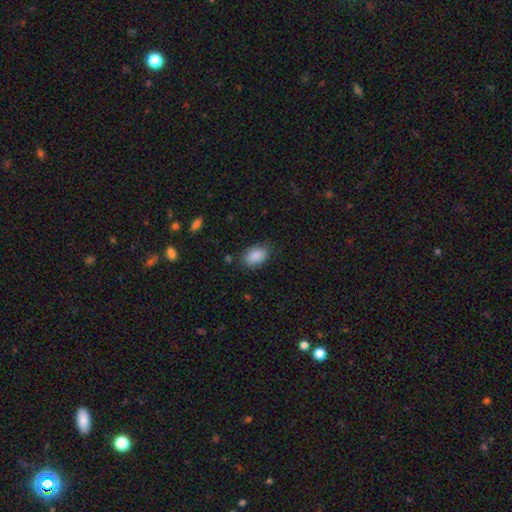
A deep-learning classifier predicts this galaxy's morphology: smooth 89%, star or artifact 7%, featured or disk 4%. Down the decision tree: how rounded — in between (90%); merging — none (80%).